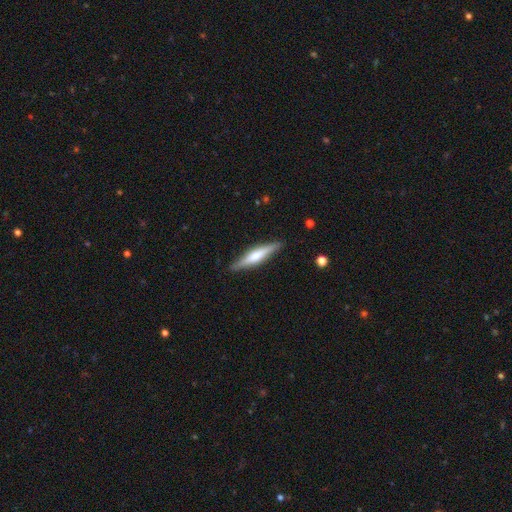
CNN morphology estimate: Smooth or featured: featured or disk — 56% (smooth — 38%)
Edge-on disk: yes — 96% (no — 4%)
Edge-on bulge: rounded — 80% (boxy — 11%)
Merging: none — 89% (minor disturbance — 8%)